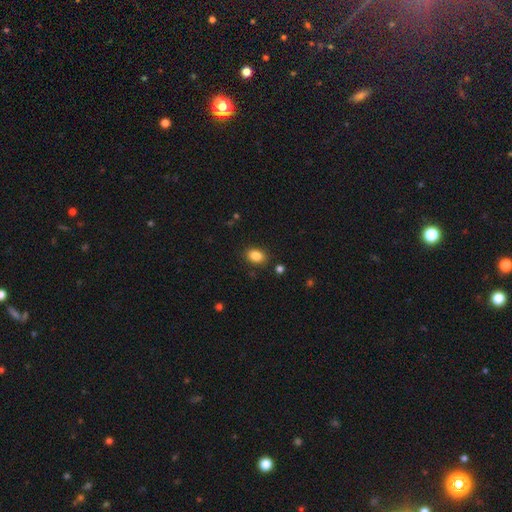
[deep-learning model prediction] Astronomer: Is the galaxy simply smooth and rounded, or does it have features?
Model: smooth — 86%.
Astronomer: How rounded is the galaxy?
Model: in between — 75%.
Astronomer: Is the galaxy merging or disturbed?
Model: none — 86%.